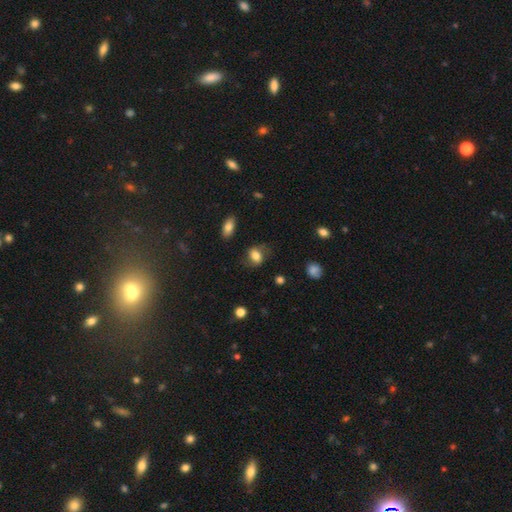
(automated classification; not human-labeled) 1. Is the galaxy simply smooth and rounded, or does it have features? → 69% smooth, 22% featured or disk, 9% star or artifact.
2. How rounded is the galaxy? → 67% in between, 31% round, 2% cigar-shaped.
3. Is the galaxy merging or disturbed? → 65% none, 22% minor disturbance, 11% major disturbance, 2% merger.